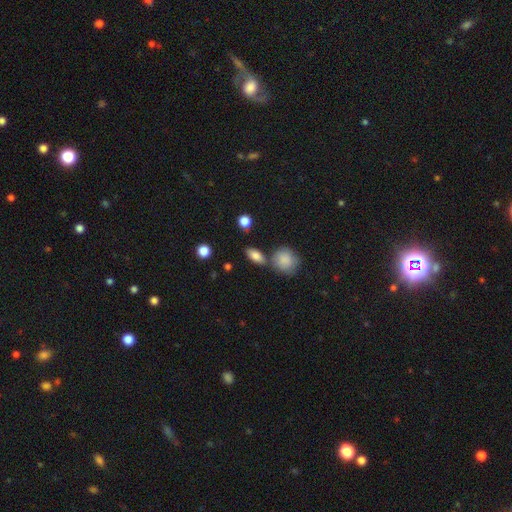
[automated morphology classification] A smooth galaxy with no disk features (81%) that is in between round and cigar-shaped (80%). Merging: none (71%).